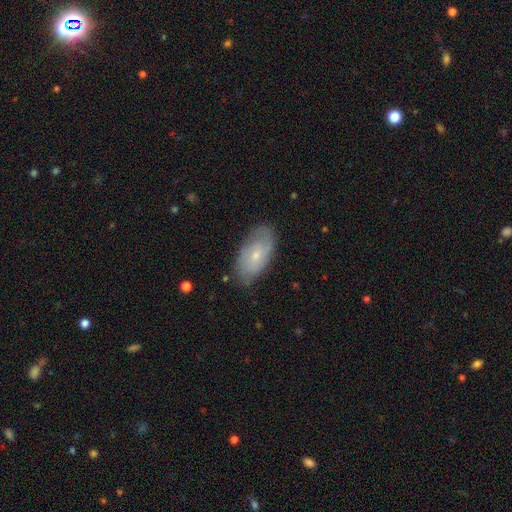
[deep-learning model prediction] Smooth or featured? featured or disk (47%)
Merging? none (75%)